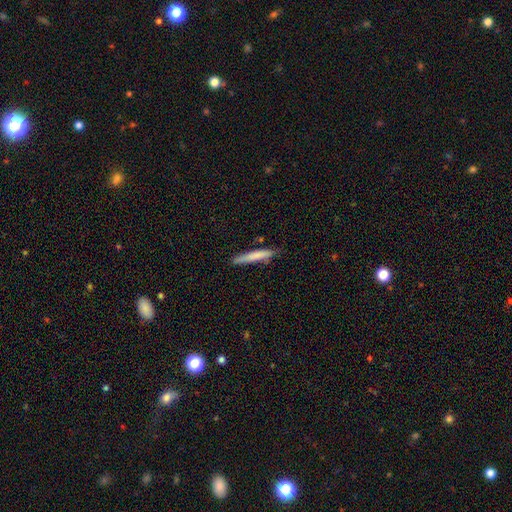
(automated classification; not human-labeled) A smooth galaxy with no disk features (75%) that is cigar-shaped (93%). Merging: none (79%).